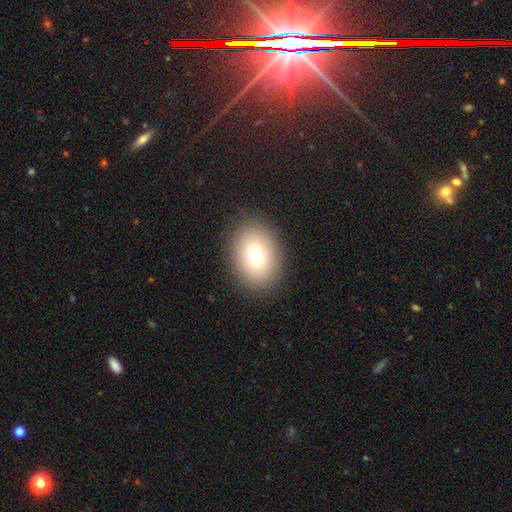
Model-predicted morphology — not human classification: Smooth or featured? Predicted: smooth (p=0.74). How rounded? Predicted: in between (p=0.64). Merging? Predicted: none (p=0.87).